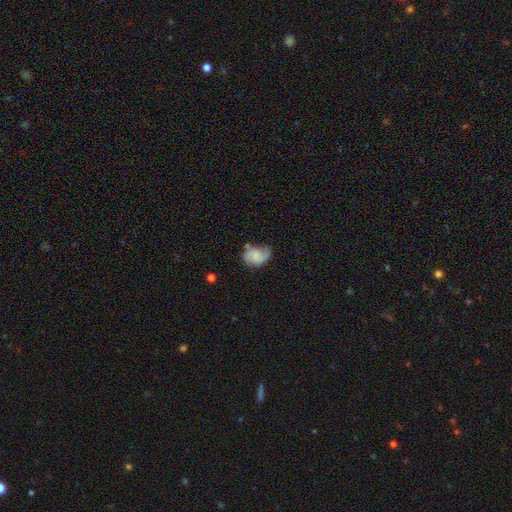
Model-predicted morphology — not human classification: This is possibly a featured or disk galaxy (56%). It is clearly not viewed edge-on (97%). Bar: likely no (62%). Spiral arm pattern: clearly yes (89%). Central bulge: possibly none (53%). Merging: possibly none (55%).